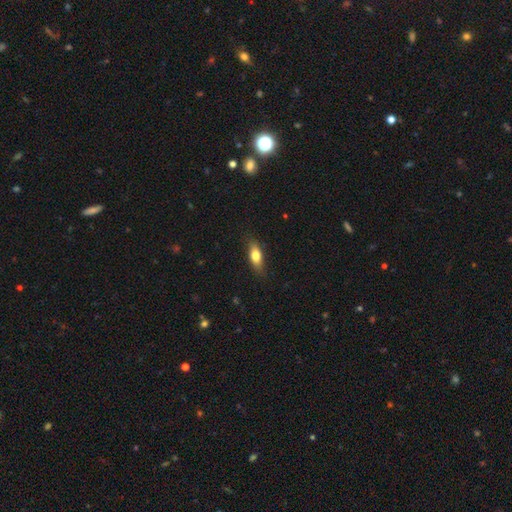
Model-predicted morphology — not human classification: A smooth galaxy with no disk features (72%) that is in between round and cigar-shaped (72%). Merging: none (83%).